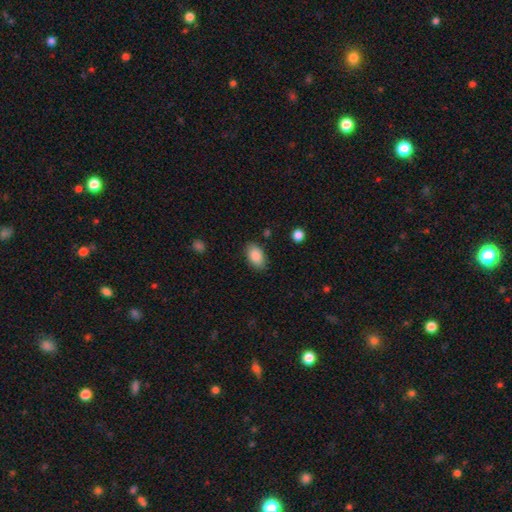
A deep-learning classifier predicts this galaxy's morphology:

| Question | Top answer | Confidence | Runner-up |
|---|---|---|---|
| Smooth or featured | smooth | 88% | star or artifact (7%) |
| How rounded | in between | 92% | round (7%) |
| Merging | none | 83% | minor disturbance (12%) |